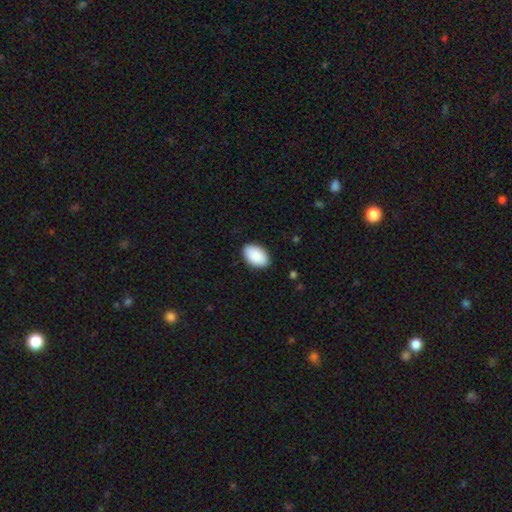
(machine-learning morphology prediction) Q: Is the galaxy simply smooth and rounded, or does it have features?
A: smooth — 91%.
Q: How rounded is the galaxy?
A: in between — 93%.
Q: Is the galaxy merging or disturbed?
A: none — 89%.